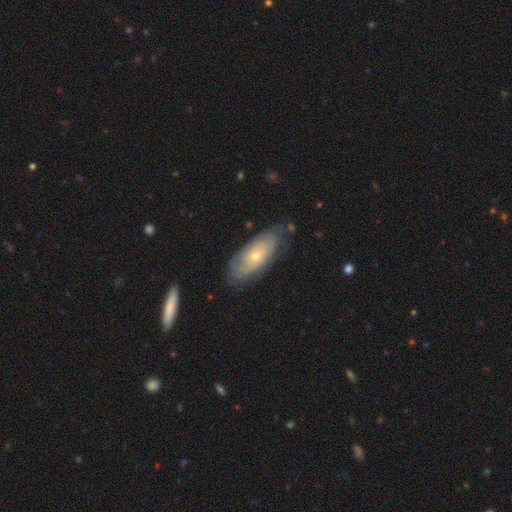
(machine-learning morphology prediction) A featured or disk galaxy (53%).

Vote fractions:
- Smooth or featured? featured or disk: 53% / smooth: 41% / star or artifact: 7%
- Edge-on disk? no: 83% / yes: 17%
- Merging? none: 72% / minor disturbance: 21% / major disturbance: 5% / merger: 2%